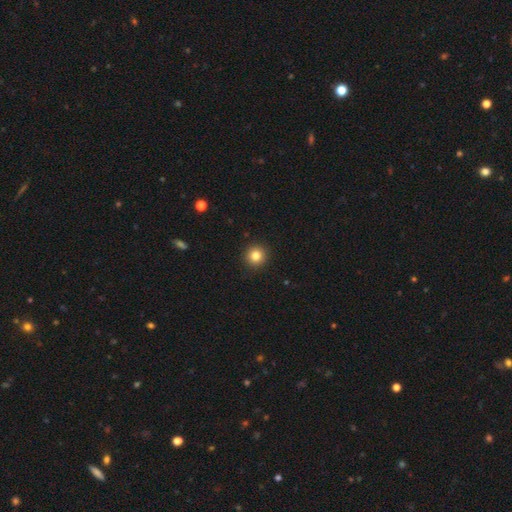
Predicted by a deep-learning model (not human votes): Smooth or featured: smooth — 83% (star or artifact — 11%)
How rounded: round — 95% (in between — 4%)
Merging: none — 93% (minor disturbance — 5%)